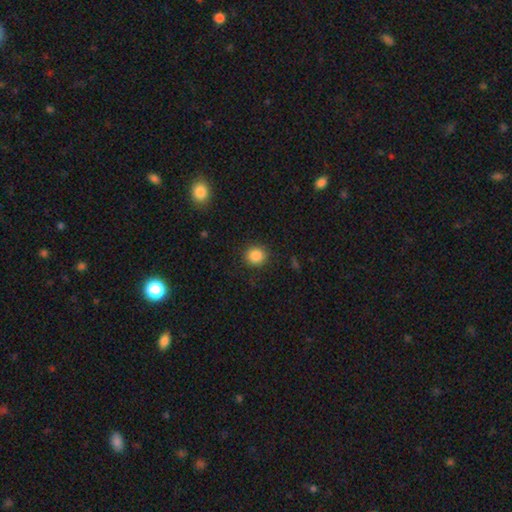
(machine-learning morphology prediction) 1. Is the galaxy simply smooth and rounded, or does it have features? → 86% smooth, 10% star or artifact, 4% featured or disk.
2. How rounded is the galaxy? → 88% round, 11% in between, 1% cigar-shaped.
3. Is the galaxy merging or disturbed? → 89% none, 8% minor disturbance, 2% major disturbance, 1% merger.